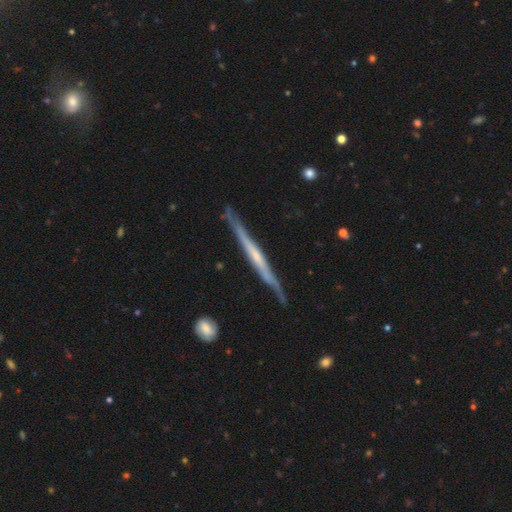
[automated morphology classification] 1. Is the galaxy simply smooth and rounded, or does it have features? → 74% featured or disk, 21% smooth, 5% star or artifact.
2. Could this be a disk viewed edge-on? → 96% yes, 4% no.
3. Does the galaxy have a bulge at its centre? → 63% none, 26% rounded, 11% boxy.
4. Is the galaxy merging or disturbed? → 81% none, 15% minor disturbance, 2% major disturbance, 2% merger.